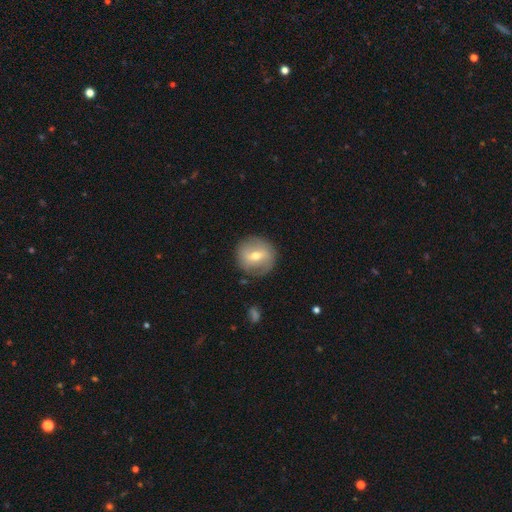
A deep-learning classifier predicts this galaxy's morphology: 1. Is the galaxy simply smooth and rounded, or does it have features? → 46% smooth (tied), 46% featured or disk (tied), 7% star or artifact.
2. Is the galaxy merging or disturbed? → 82% none, 12% minor disturbance, 4% major disturbance, 2% merger.